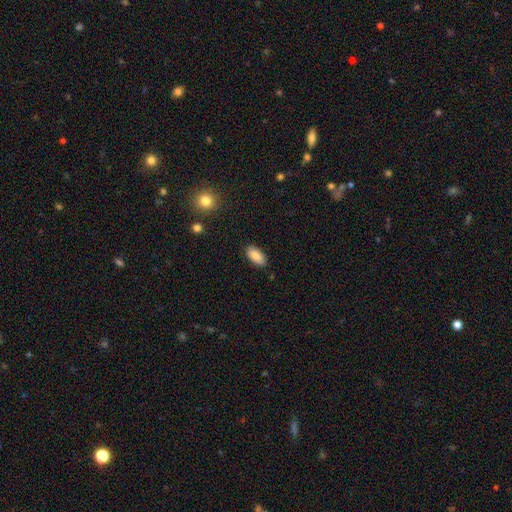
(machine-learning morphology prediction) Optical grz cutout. It shows a smooth galaxy with no disk features (88%) that is in between round and cigar-shaped (90%). Merging: none (87%).